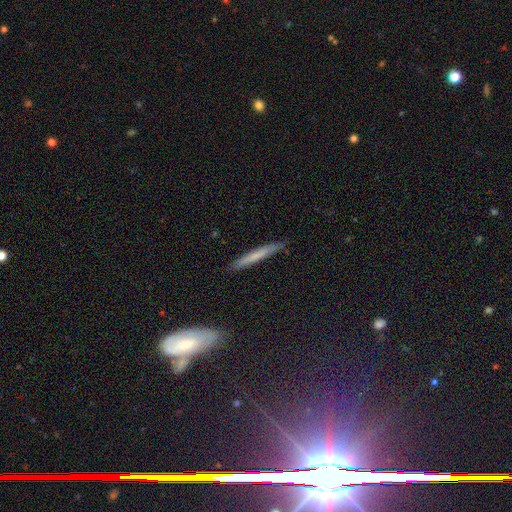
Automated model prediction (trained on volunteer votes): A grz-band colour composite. It shows a smooth galaxy with no disk features (64%) that is cigar-shaped (96%). Merging: none (88%).